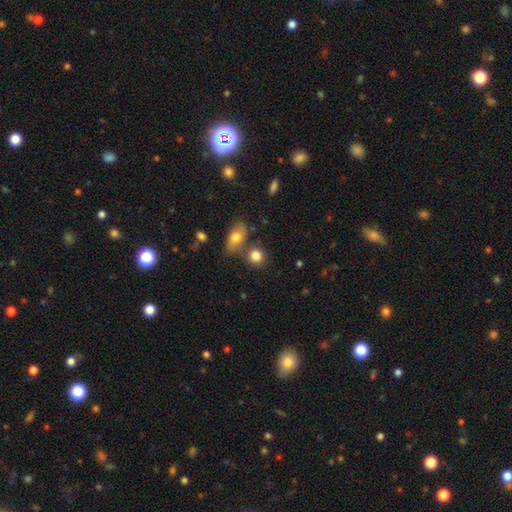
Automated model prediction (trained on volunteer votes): Smooth or featured?
  - smooth: 83% *
  - star or artifact: 9%
  - featured or disk: 8%
How rounded?
  - round: 74% *
  - in between: 24%
  - cigar-shaped: 2%
Merging?
  - none: 64% *
  - merger: 21%
  - minor disturbance: 11%
  - major disturbance: 4%